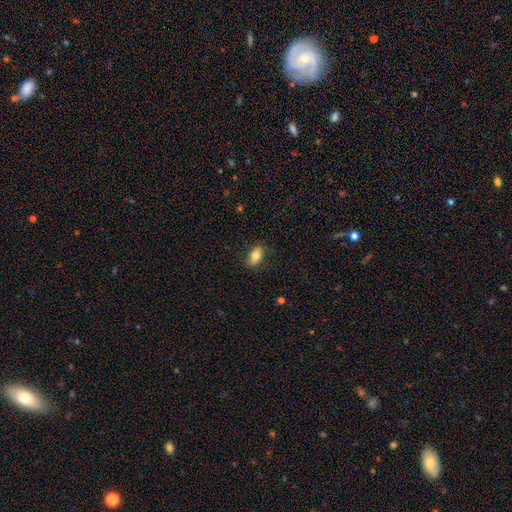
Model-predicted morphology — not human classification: smooth 76%, featured or disk 17%, star or artifact 7%. Down the decision tree: how rounded — in between (88%); merging — none (84%).